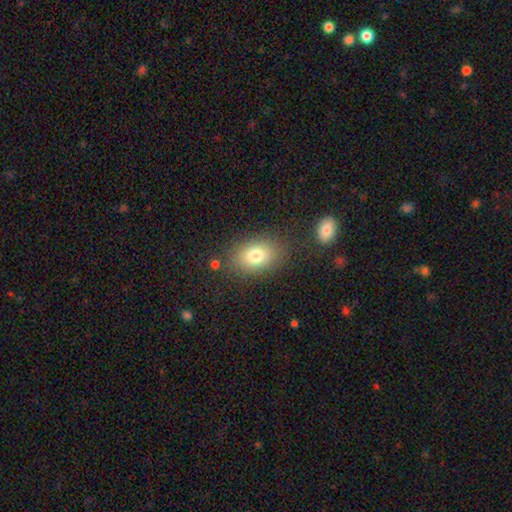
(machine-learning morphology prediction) A smooth galaxy with no disk features (79%) that is in between round and cigar-shaped (79%). Merging: none (80%).